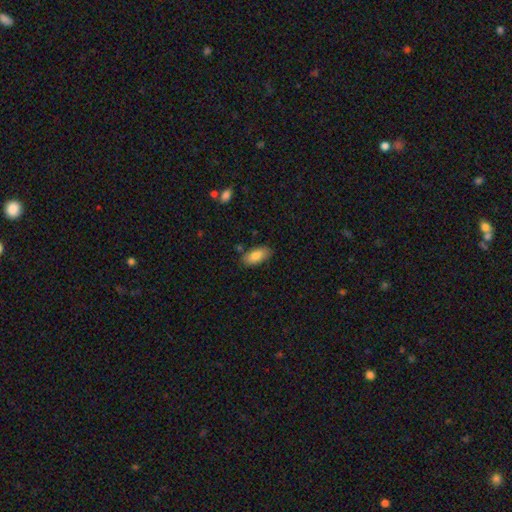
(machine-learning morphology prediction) smooth 82%, featured or disk 11%, star or artifact 7%. Down the decision tree: how rounded — in between (89%); merging — none (80%).